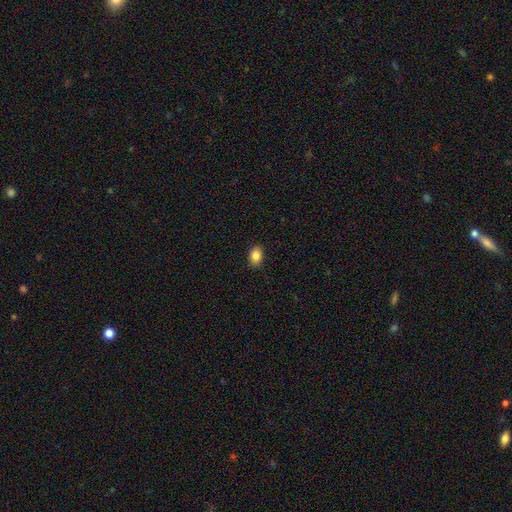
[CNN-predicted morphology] A smooth galaxy with no disk features (87%) that is in between round and cigar-shaped (79%). Merging: none (89%).